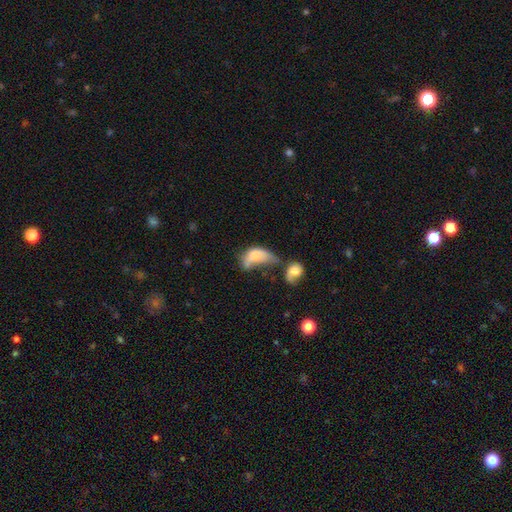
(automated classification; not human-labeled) This appears to be a smooth galaxy with no disk features (64%) that is in between round and cigar-shaped (88%). Merging: merger (41%).